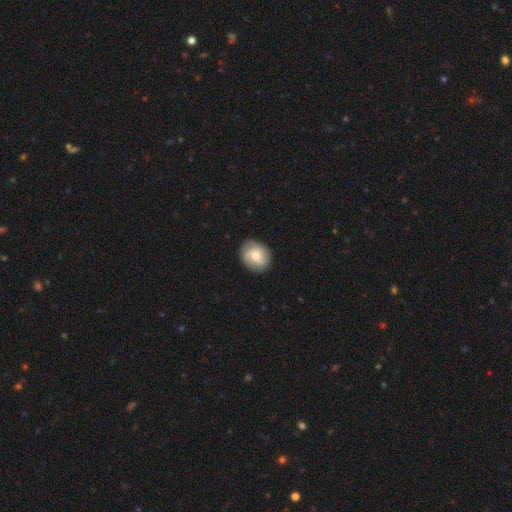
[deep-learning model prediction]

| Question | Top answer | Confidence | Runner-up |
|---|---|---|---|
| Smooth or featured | smooth | 57% | featured or disk (36%) |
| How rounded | round | 67% | in between (32%) |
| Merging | none | 83% | minor disturbance (13%) |